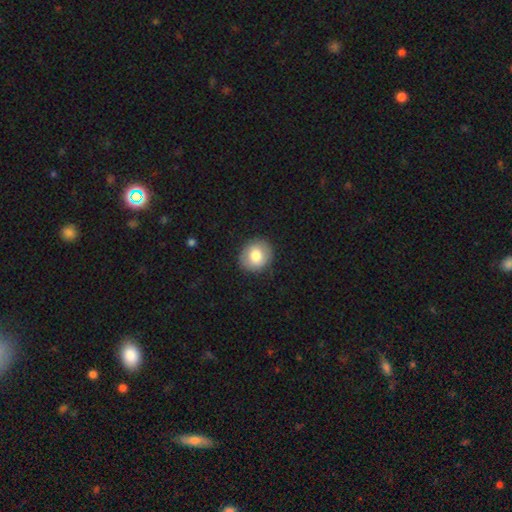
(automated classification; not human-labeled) Smooth or featured?
  - smooth: 79% *
  - featured or disk: 13%
  - star or artifact: 8%
How rounded?
  - round: 82% *
  - in between: 17%
  - cigar-shaped: 1%
Merging?
  - none: 89% *
  - minor disturbance: 8%
  - major disturbance: 2%
  - merger: 1%